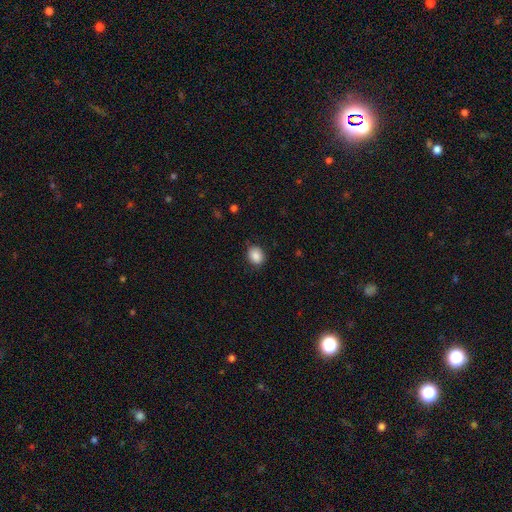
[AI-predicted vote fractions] Overall: smooth (88%). How rounded: in between (52%; round 47%). Merging: none (82%).